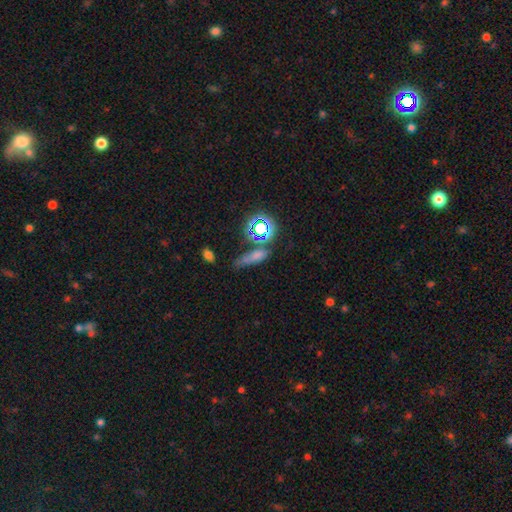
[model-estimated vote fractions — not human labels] This is possibly a smooth galaxy (59%). How rounded: possibly in between (45%). Merging: possibly none (55%).